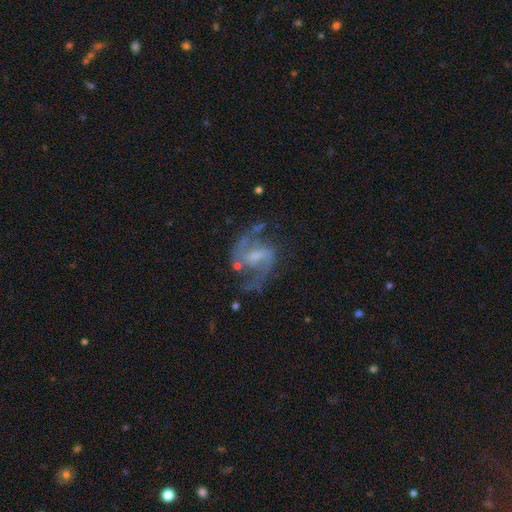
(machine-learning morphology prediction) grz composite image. It shows a featured or disk galaxy (88%) with a weak bar (54%), 2 (91%) medium (57%) spiral arms (96%) and a small central bulge (38%). Merging: none (65%).